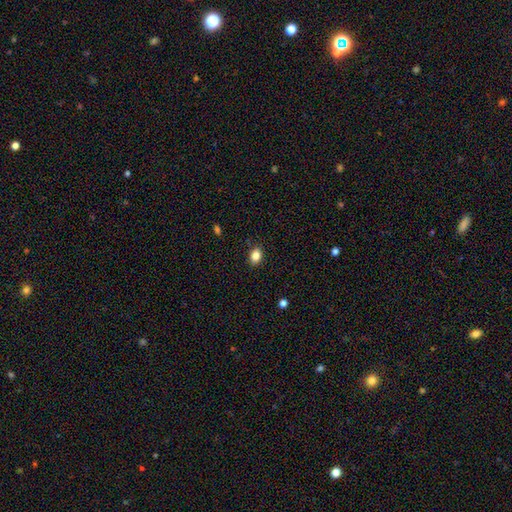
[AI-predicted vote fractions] Smooth or featured? Predicted: smooth (p=0.85). How rounded? Predicted: in between (p=0.67). Merging? Predicted: none (p=0.87).